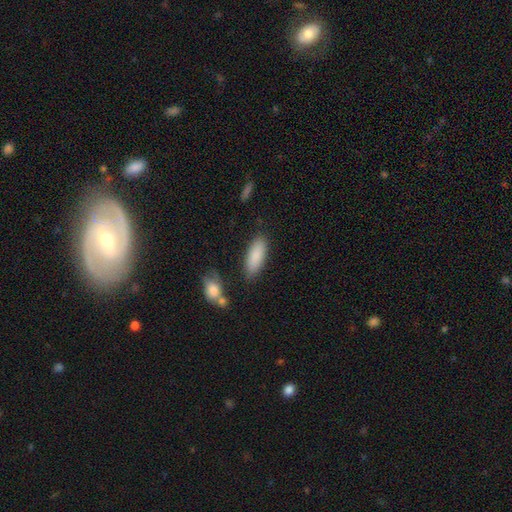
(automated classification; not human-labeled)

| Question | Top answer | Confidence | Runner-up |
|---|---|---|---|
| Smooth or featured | smooth | 87% | featured or disk (7%) |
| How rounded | in between | 74% | cigar-shaped (24%) |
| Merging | none | 81% | minor disturbance (12%) |